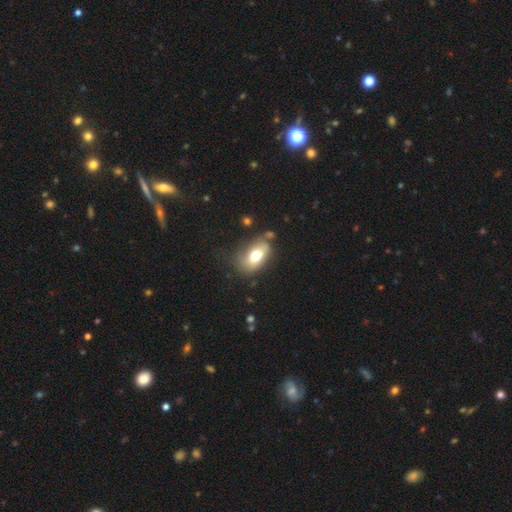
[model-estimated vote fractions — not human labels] A smooth galaxy with no disk features (68%) that is in between round and cigar-shaped (88%).

Vote fractions:
- Smooth or featured? smooth: 68% / featured or disk: 23% / star or artifact: 8%
- How rounded? in between: 88% / round: 9% / cigar-shaped: 3%
- Merging? none: 60% / minor disturbance: 24% / major disturbance: 9% / merger: 7%